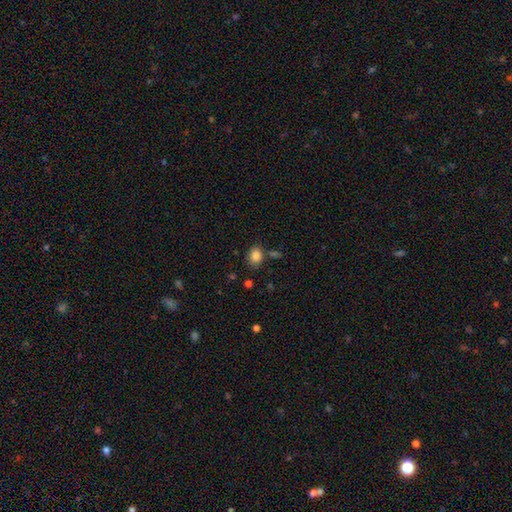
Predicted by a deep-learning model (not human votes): Smooth or featured: smooth — 85% (star or artifact — 10%)
How rounded: in between — 56% (round — 43%)
Merging: none — 75% (minor disturbance — 13%)